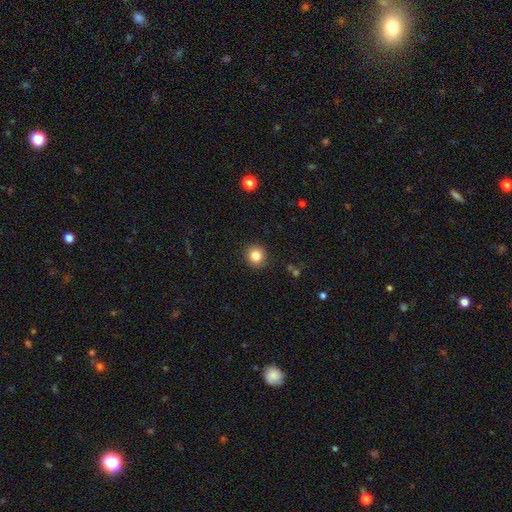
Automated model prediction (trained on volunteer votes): Smooth or featured? smooth (83%)
How rounded? round (91%)
Merging? none (91%)